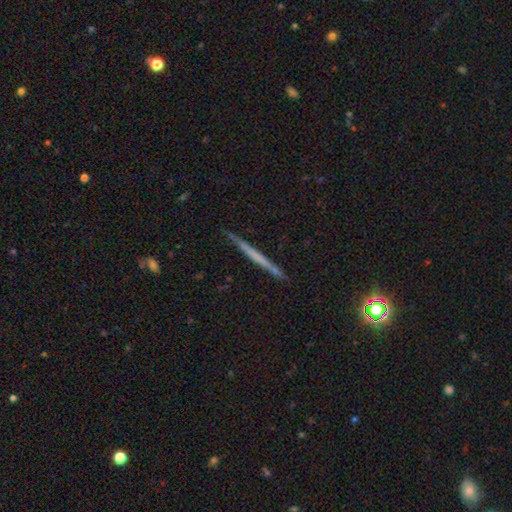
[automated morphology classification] Overall: featured or disk (53%; smooth 41%). Edge-on disk: yes (97%). Edge-on bulge: none (88%). Merging: none (89%).